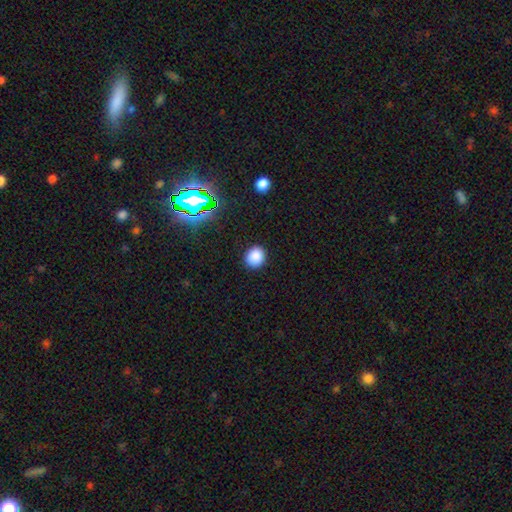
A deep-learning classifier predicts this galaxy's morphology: Smooth or featured?
  - smooth: 85% *
  - star or artifact: 12%
  - featured or disk: 4%
How rounded?
  - round: 78% *
  - in between: 21%
  - cigar-shaped: 1%
Merging?
  - none: 89% *
  - minor disturbance: 8%
  - major disturbance: 2%
  - merger: 1%